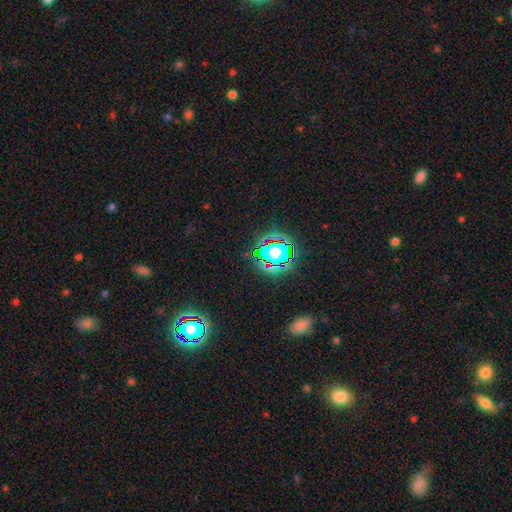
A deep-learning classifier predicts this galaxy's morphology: This is likely a star or artifact rather than a galaxy (76%).